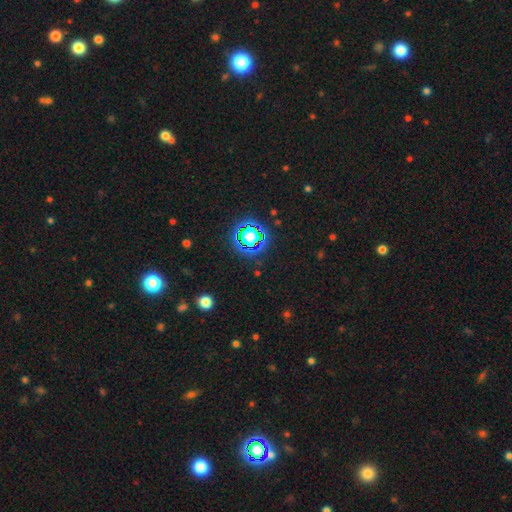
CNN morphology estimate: Smooth or featured? Predicted: star or artifact (p=0.79).